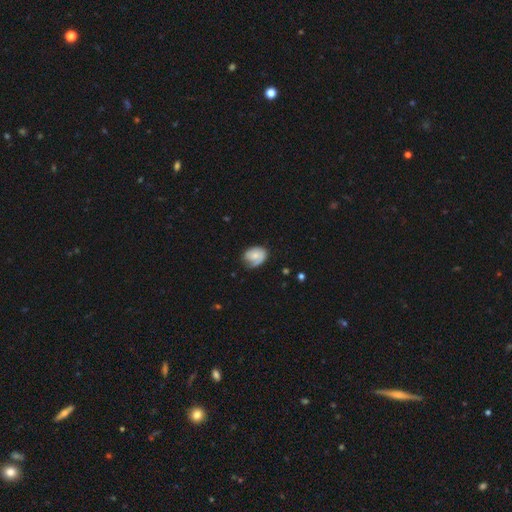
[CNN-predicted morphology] The model was most divided on "smooth or featured": featured or disk: 50%, smooth: 43%, star or artifact: 7%. More confident: edge-on disk — no (97%); merging — none (55%).